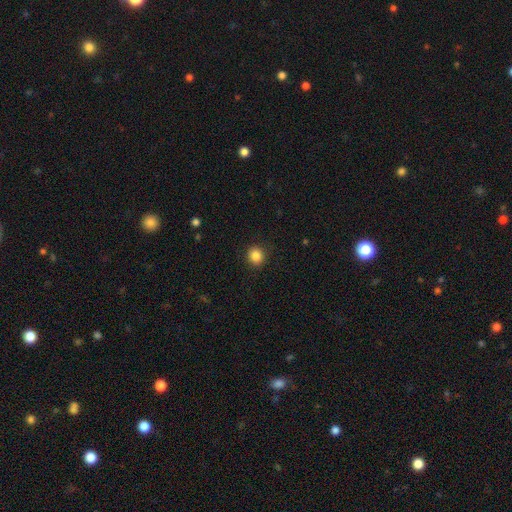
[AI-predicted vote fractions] smooth 86%, star or artifact 11%, featured or disk 4%. Down the decision tree: how rounded — round (85%); merging — none (90%).